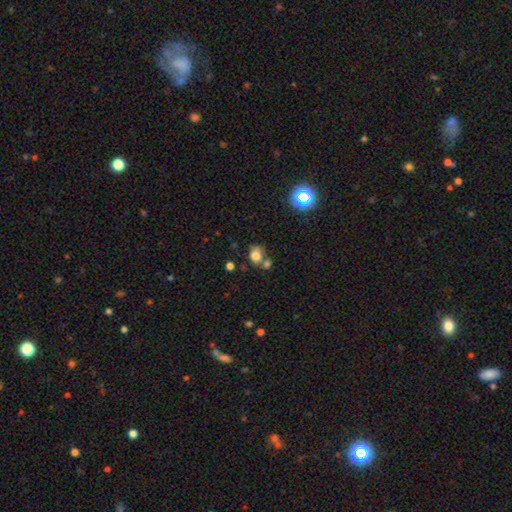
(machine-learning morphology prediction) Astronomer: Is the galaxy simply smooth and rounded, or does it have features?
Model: smooth — 73%.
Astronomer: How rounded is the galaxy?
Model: round — 57% (runner-up: in between, 42%).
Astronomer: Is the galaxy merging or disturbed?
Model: none — 42% (runner-up: merger, 36%).